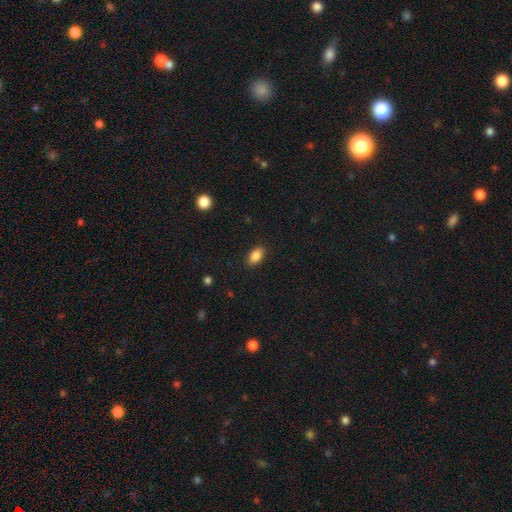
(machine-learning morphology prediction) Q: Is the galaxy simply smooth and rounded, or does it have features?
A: smooth — 88%.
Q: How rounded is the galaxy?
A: in between — 89%.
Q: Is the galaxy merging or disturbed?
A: none — 88%.